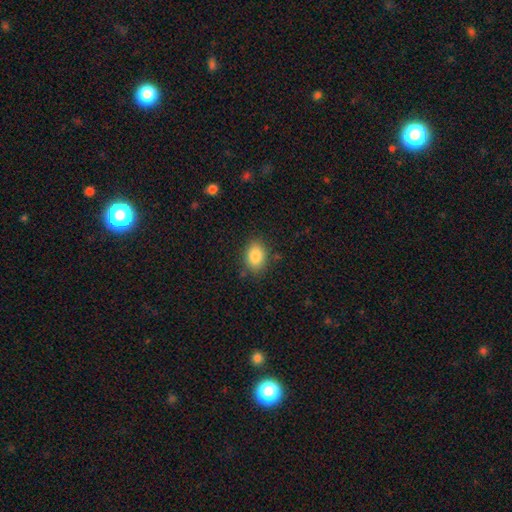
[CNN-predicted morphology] Overall: smooth (87%). How rounded: in between (78%). Merging: none (82%).